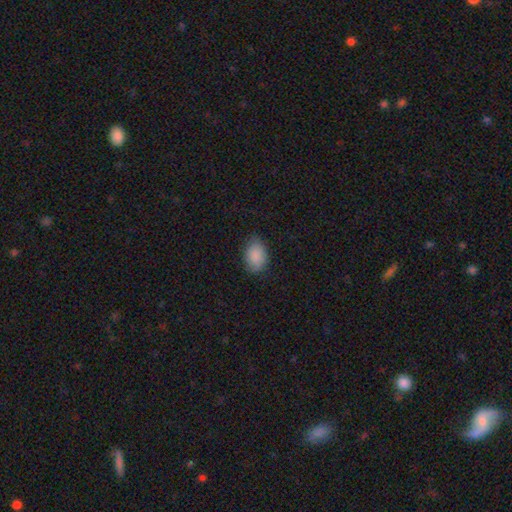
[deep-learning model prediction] The model was most divided on "merging": none: 78%, minor disturbance: 18%, major disturbance: 4%, merger: 1%. More confident: smooth or featured — smooth (88%); how rounded — in between (85%).